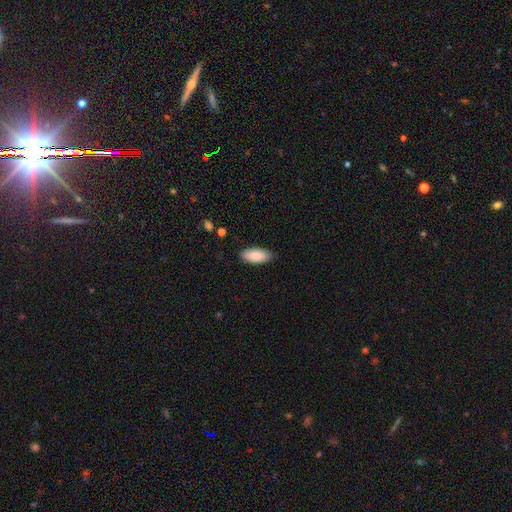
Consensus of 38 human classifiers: Q: Smooth or featured?
A: smooth (84%); runner-up: featured or disk (13%)
Q: How rounded?
A: in between (88%); runner-up: cigar-shaped (9%)
Q: Merging?
A: none (86%); runner-up: minor disturbance (14%)